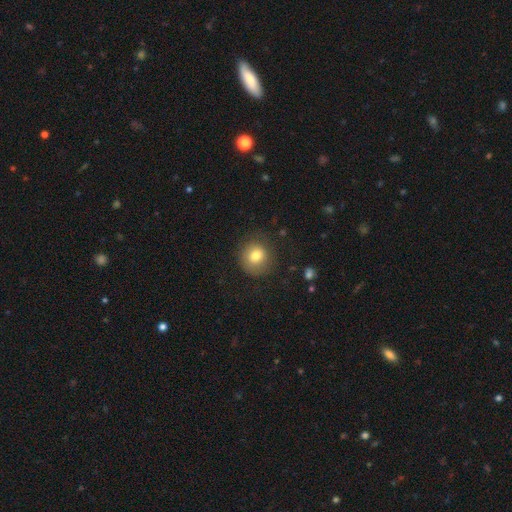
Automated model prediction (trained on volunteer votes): Morphology: type=smooth (78%); roundness=round (86%); merging=none (79%).